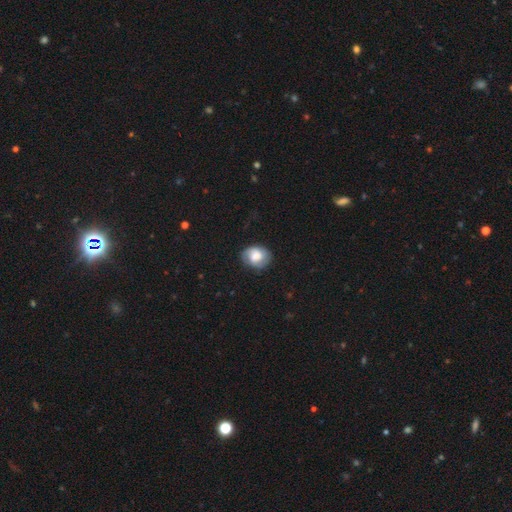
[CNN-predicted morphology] Smooth or featured? Predicted: smooth (p=0.58). How rounded? Predicted: round (p=0.54). Merging? Predicted: none (p=0.74).